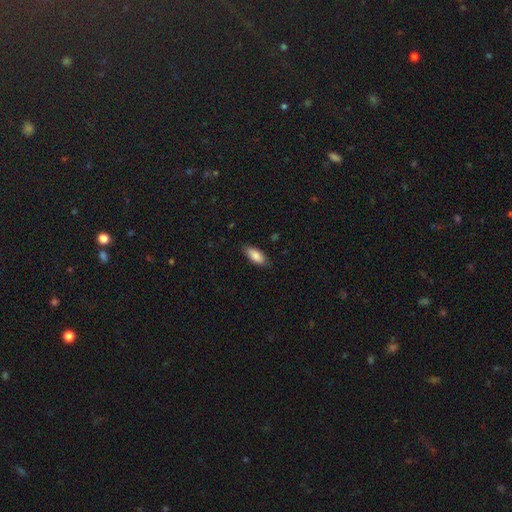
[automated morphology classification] Smooth or featured: smooth — 86% (featured or disk — 8%)
How rounded: in between — 83% (cigar-shaped — 15%)
Merging: none — 83% (minor disturbance — 14%)